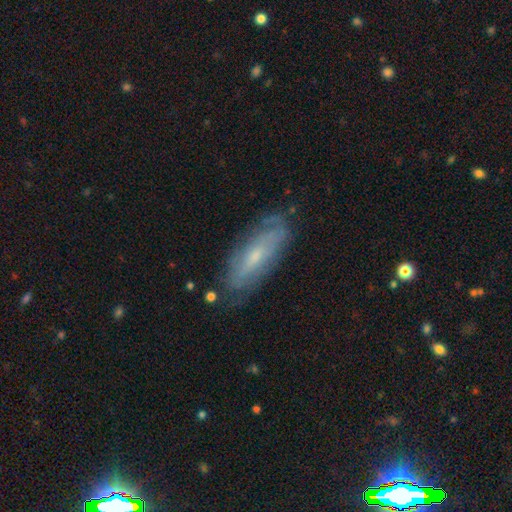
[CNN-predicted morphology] Q: Smooth or featured?
A: featured or disk (59%); runner-up: smooth (34%)
Q: Edge-on disk?
A: no (75%); runner-up: yes (25%)
Q: Merging?
A: none (73%); runner-up: minor disturbance (19%)